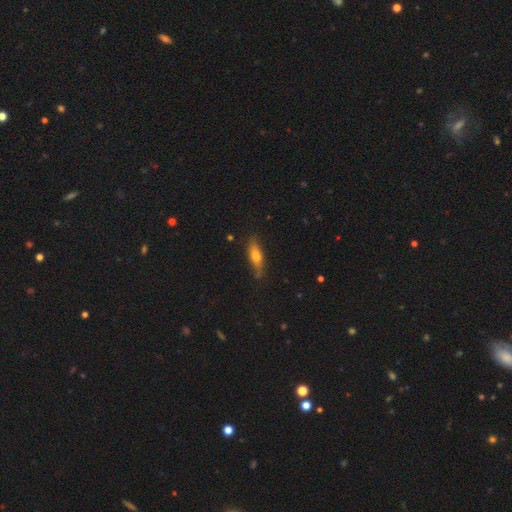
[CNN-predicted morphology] type=smooth (64%); roundness=cigar-shaped (52%); merging=none (75%).